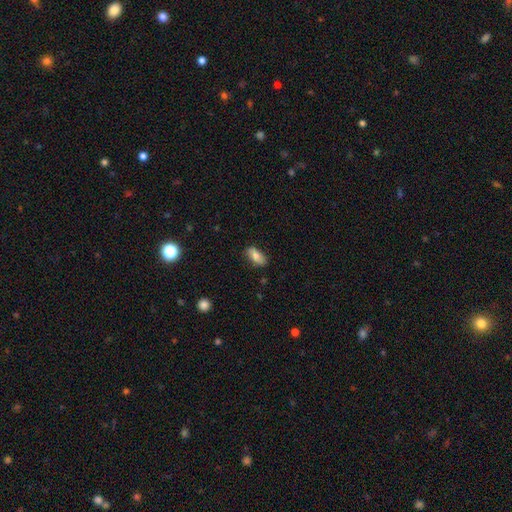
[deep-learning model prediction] Overall: smooth (77%). How rounded: in between (87%). Merging: none (83%).